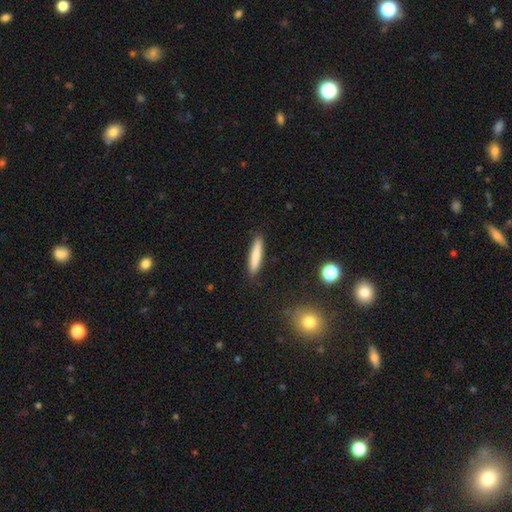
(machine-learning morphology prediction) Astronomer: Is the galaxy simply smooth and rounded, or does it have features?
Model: smooth — 79%.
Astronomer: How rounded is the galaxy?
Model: cigar-shaped — 89%.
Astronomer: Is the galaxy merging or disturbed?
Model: none — 89%.